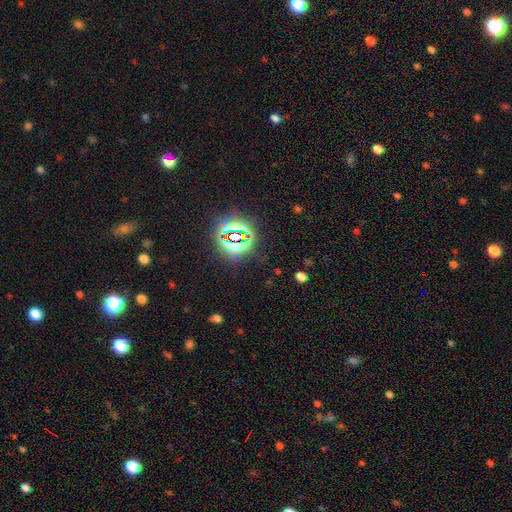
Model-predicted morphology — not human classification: type=star or artifact (81%).